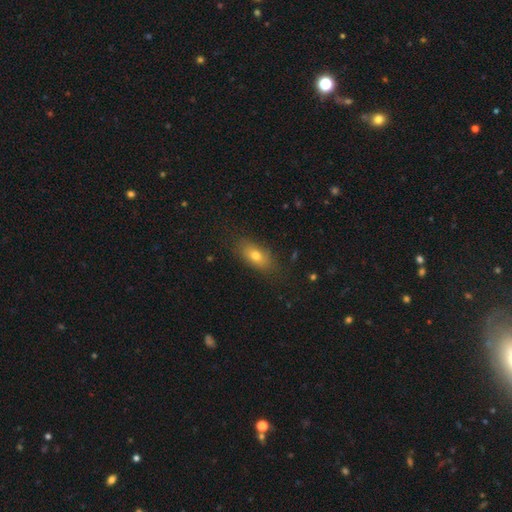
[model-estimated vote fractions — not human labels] Smooth or featured?
  - smooth: 73% *
  - featured or disk: 18%
  - star or artifact: 10%
How rounded?
  - in between: 82% *
  - cigar-shaped: 10%
  - round: 8%
Merging?
  - none: 81% *
  - minor disturbance: 14%
  - major disturbance: 4%
  - merger: 1%